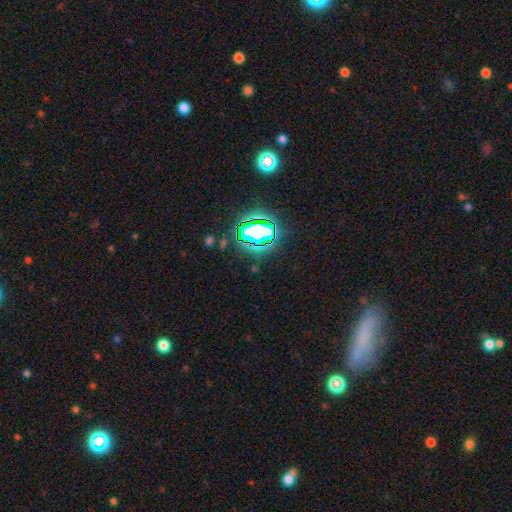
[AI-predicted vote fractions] Q: Smooth or featured?
A: star or artifact (73%); runner-up: smooth (17%)